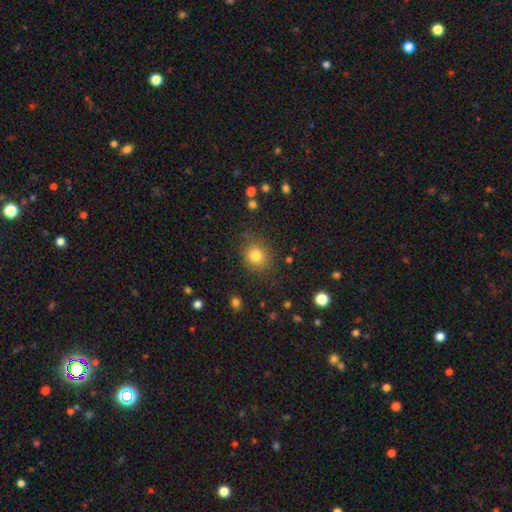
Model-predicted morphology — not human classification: Q: Smooth or featured?
A: smooth (80%); runner-up: star or artifact (13%)
Q: How rounded?
A: round (76%); runner-up: in between (23%)
Q: Merging?
A: none (83%); runner-up: minor disturbance (11%)